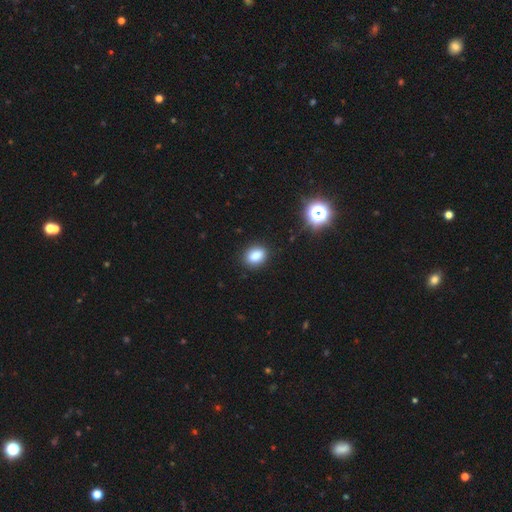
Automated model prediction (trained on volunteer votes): A smooth galaxy with no disk features (84%) that is in between round and cigar-shaped (62%).

Vote fractions:
- Smooth or featured? smooth: 84% / star or artifact: 12% / featured or disk: 5%
- How rounded? in between: 62% / round: 37% / cigar-shaped: 1%
- Merging? none: 89% / minor disturbance: 8% / major disturbance: 2% / merger: 1%